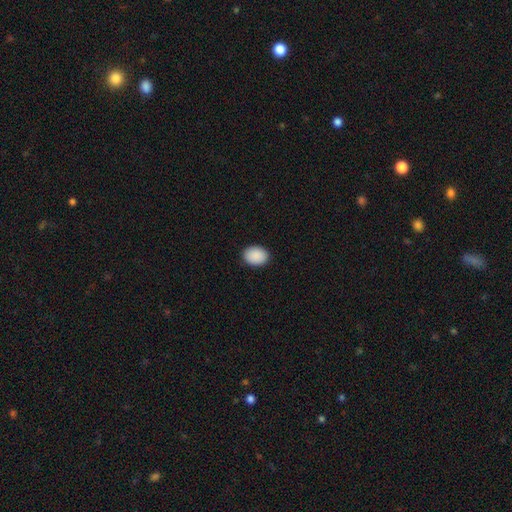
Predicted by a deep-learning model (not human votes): Smooth or featured?
  - smooth: 91% *
  - star or artifact: 7%
  - featured or disk: 2%
How rounded?
  - in between: 68% *
  - round: 31%
  - cigar-shaped: 1%
Merging?
  - none: 90% *
  - minor disturbance: 7%
  - major disturbance: 2%
  - merger: 1%